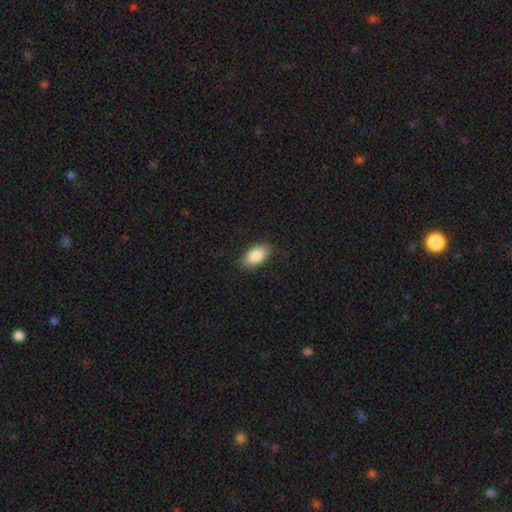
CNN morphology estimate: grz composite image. It shows a smooth galaxy with no disk features (86%) that is in between round and cigar-shaped (93%). Merging: none (85%).